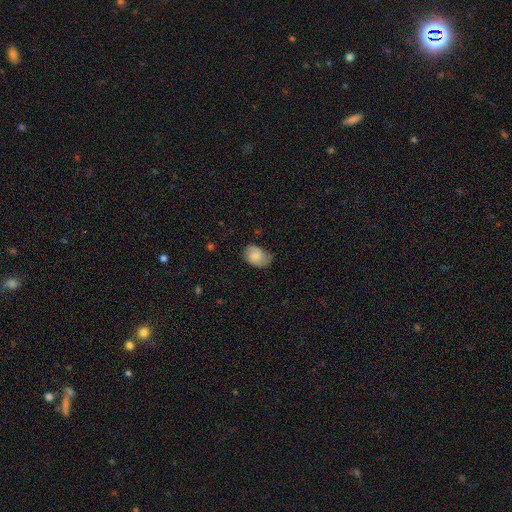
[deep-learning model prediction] A smooth galaxy with no disk features (66%) that is in between round and cigar-shaped (74%). Merging: none (49%).